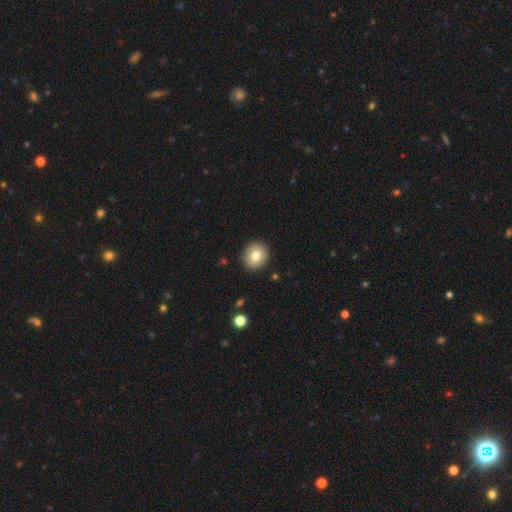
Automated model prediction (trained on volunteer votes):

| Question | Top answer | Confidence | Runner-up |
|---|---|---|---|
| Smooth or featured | smooth | 79% | featured or disk (12%) |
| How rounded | round | 77% | in between (22%) |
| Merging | none | 89% | minor disturbance (8%) |